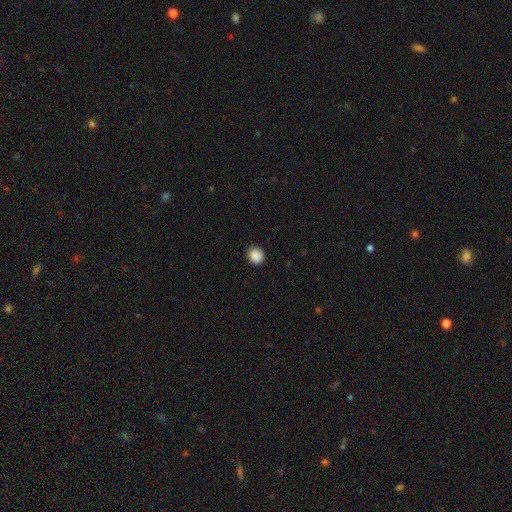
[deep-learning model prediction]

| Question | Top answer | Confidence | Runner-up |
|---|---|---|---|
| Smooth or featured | smooth | 89% | star or artifact (9%) |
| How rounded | round | 80% | in between (19%) |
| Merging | none | 90% | minor disturbance (7%) |